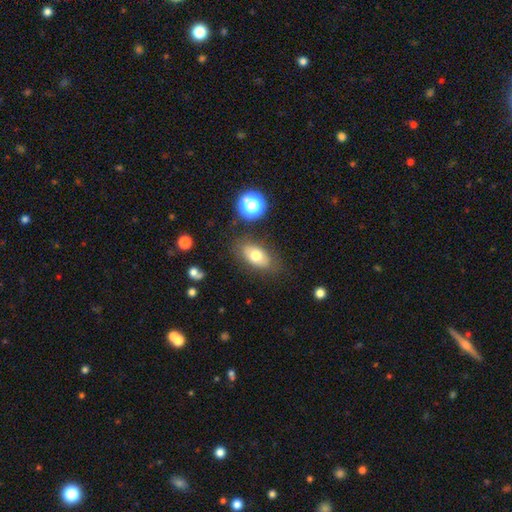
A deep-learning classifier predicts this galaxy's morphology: This appears to be a smooth galaxy with no disk features (71%) that is in between round and cigar-shaped (87%). Merging: none (79%).